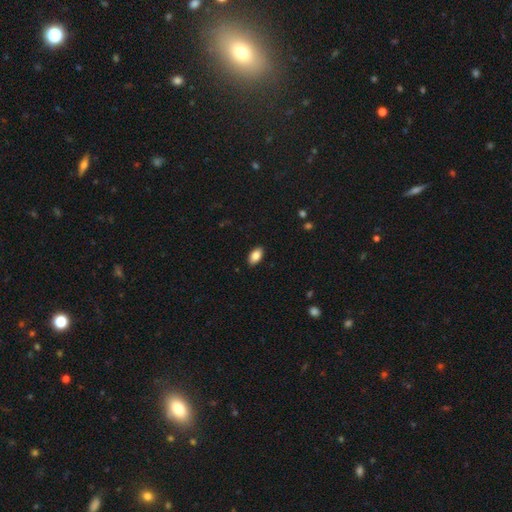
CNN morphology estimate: smooth_or_featured: smooth (p=0.85) [alt: featured or disk p=0.08]
how_rounded: in between (p=0.93) [alt: round p=0.04]
merging: none (p=0.89) [alt: minor disturbance p=0.08]